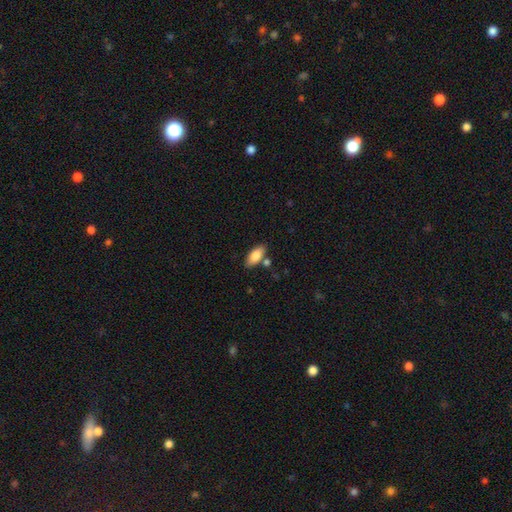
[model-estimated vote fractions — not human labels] This is clearly a smooth galaxy (85%). How rounded: clearly in between (86%). Merging: likely none (75%).